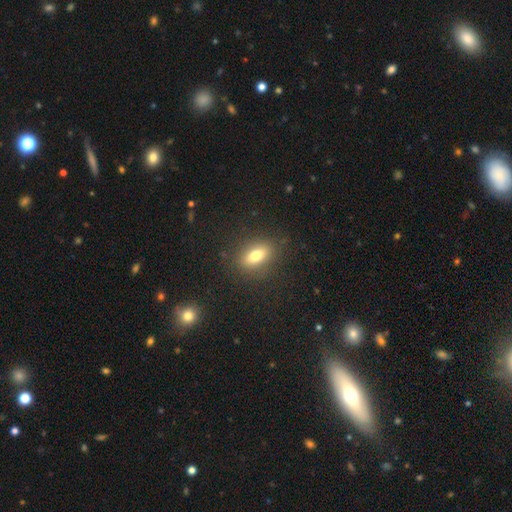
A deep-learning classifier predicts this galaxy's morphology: smooth_or_featured: smooth (p=0.74) [alt: featured or disk p=0.15]
how_rounded: in between (p=0.79) [alt: round p=0.13]
merging: none (p=0.86) [alt: minor disturbance p=0.09]